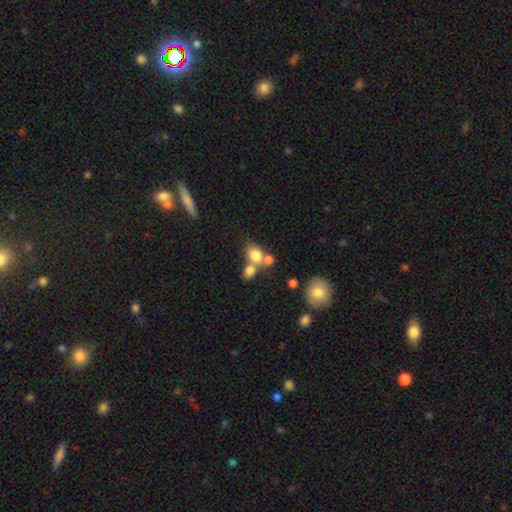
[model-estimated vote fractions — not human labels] Smooth or featured? Predicted: smooth (p=0.77). How rounded? Predicted: in between (p=0.52). Merging? Predicted: merger (p=0.52).